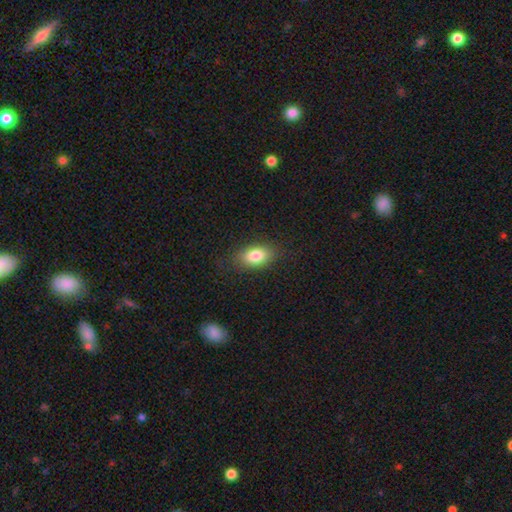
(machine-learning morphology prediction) smooth-or-featured: smooth: 82% | featured or disk: 10% | star or artifact: 8%
  how-rounded: in between: 86% | round: 11% | cigar-shaped: 3%
  merging: none: 84% | minor disturbance: 11% | major disturbance: 4% | merger: 1%